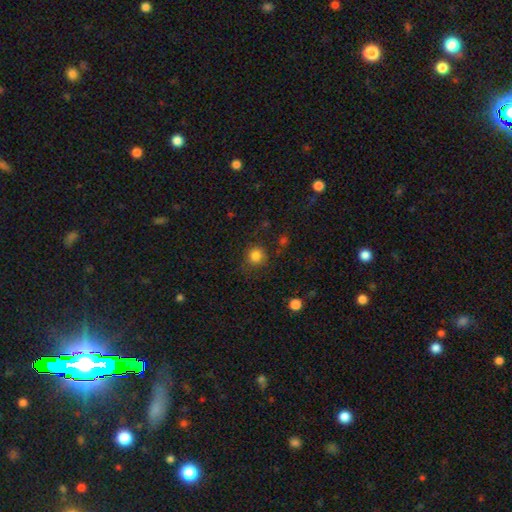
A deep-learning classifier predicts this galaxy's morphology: smooth 83%, star or artifact 11%, featured or disk 5%. Down the decision tree: how rounded — round (90%); merging — none (76%).